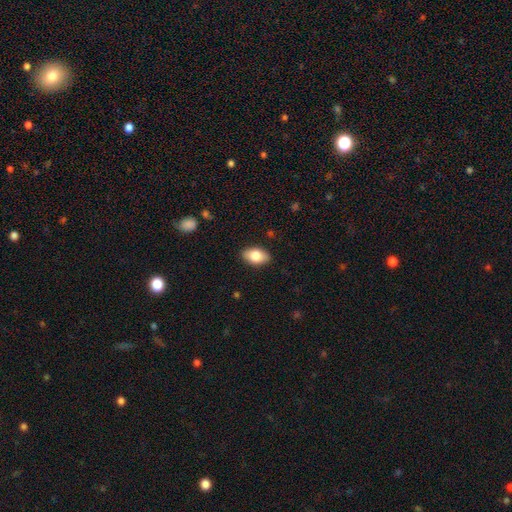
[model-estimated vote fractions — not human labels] A smooth galaxy with no disk features (83%) that is in between round and cigar-shaped (92%).

Vote fractions:
- Smooth or featured? smooth: 83% / featured or disk: 11% / star or artifact: 7%
- How rounded? in between: 92% / round: 6% / cigar-shaped: 2%
- Merging? none: 87% / minor disturbance: 10% / major disturbance: 2% / merger: 1%